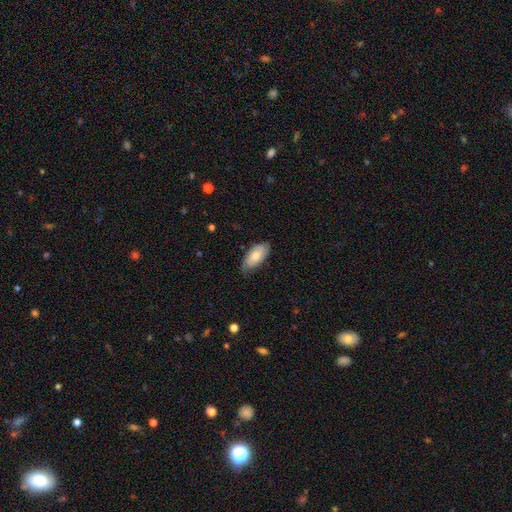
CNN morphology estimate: smooth 76%, featured or disk 19%, star or artifact 6%. Down the decision tree: how rounded — in between (92%); merging — none (74%).